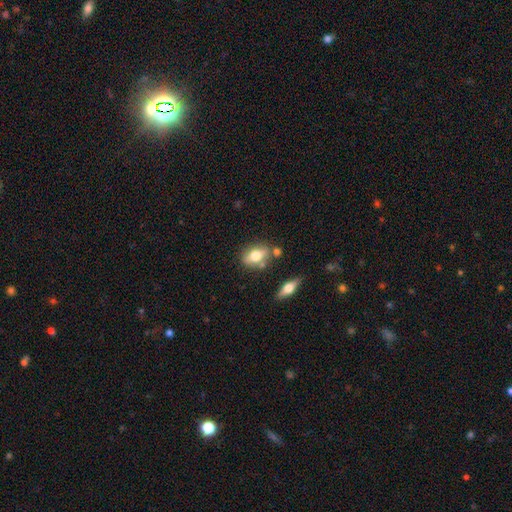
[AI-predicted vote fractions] Smooth or featured: smooth — 66% (featured or disk — 26%)
How rounded: in between — 81% (round — 12%)
Merging: none — 67% (minor disturbance — 16%)